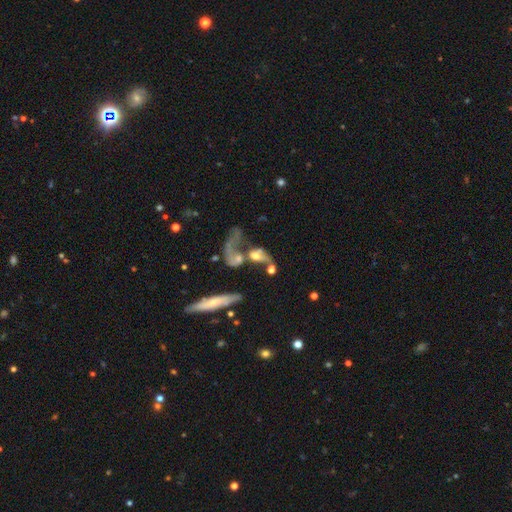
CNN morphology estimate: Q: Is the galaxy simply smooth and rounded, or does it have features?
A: featured or disk — 60%.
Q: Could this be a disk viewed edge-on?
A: no — 85%.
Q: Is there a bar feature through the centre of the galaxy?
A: no — 70%.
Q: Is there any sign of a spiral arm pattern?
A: yes — 57%.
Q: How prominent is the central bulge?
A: moderate — 45%.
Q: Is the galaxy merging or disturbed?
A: merger — 56%.